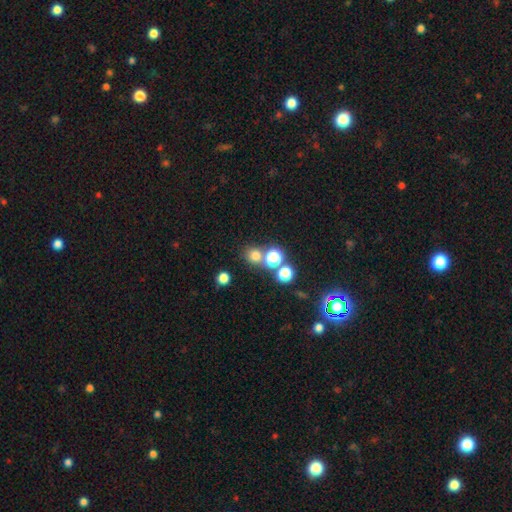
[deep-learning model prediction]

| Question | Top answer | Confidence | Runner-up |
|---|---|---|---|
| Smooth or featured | smooth | 70% | star or artifact (23%) |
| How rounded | round | 87% | in between (12%) |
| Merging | none | 66% | merger (22%) |